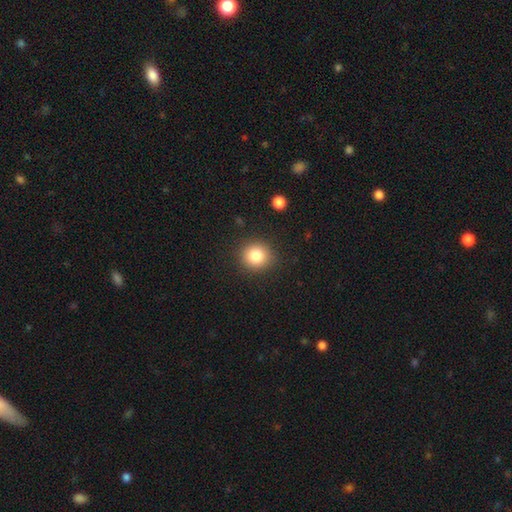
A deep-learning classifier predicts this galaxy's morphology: Smooth or featured? Predicted: smooth (p=0.82). How rounded? Predicted: round (p=0.89). Merging? Predicted: none (p=0.89).